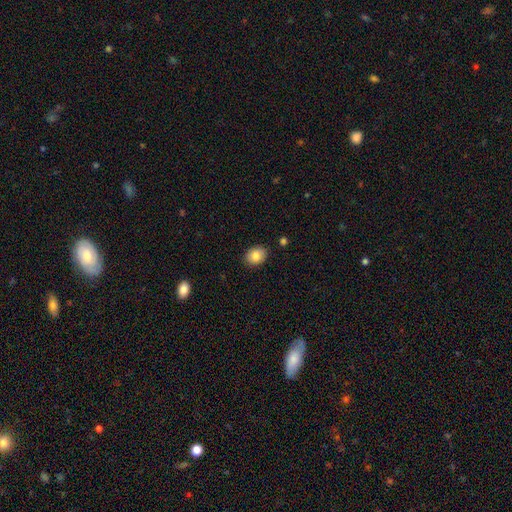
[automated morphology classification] type=smooth (84%); roundness=in between (61%); merging=none (87%).